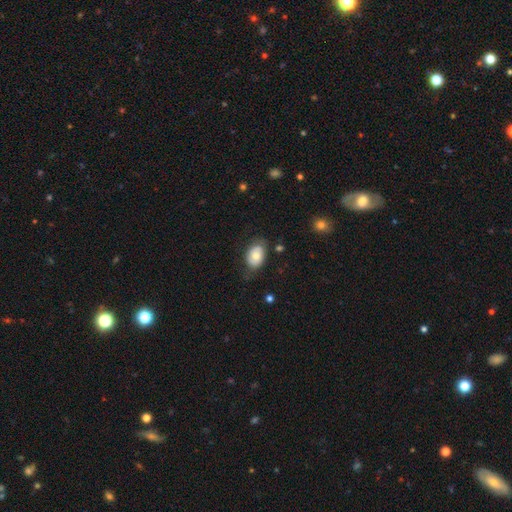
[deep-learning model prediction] This is likely a smooth galaxy (73%). How rounded: clearly in between (84%). Merging: likely none (68%).